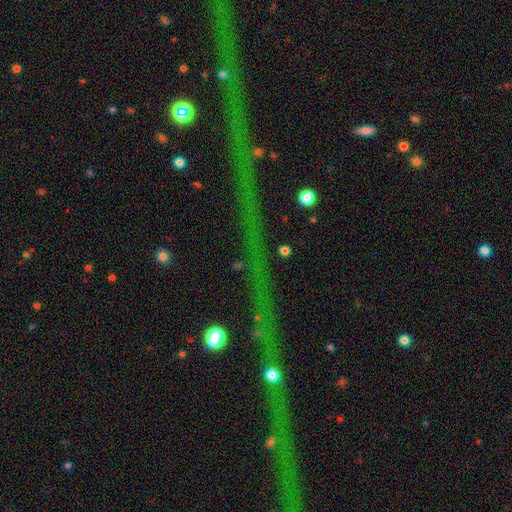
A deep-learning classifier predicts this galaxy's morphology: Overall: star or artifact (73%).